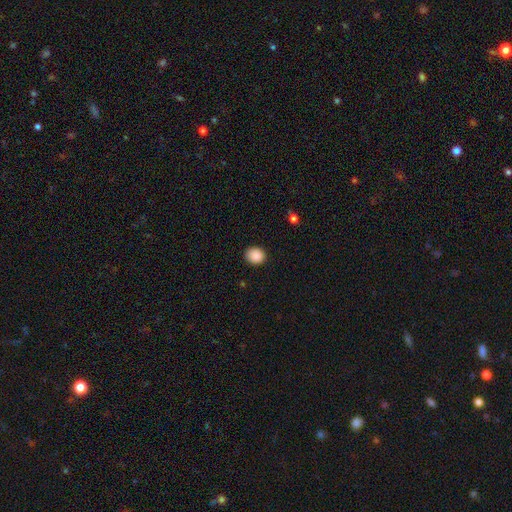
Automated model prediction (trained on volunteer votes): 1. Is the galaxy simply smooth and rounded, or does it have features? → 89% smooth, 9% star or artifact, 3% featured or disk.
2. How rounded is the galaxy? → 73% round, 26% in between, 1% cigar-shaped.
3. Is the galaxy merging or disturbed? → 90% none, 7% minor disturbance, 2% major disturbance, 1% merger.